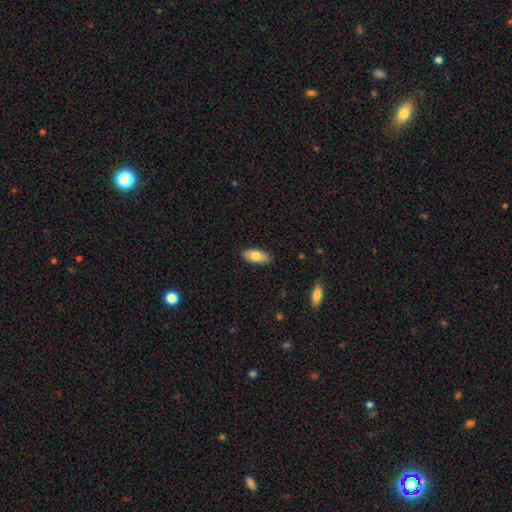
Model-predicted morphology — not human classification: Smooth or featured? Predicted: smooth (p=0.77). How rounded? Predicted: in between (p=0.90). Merging? Predicted: none (p=0.88).